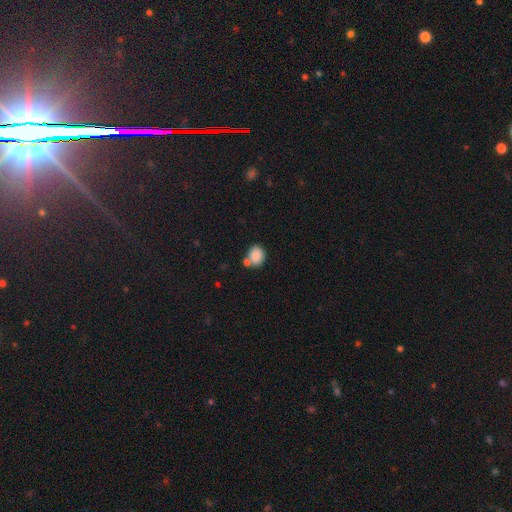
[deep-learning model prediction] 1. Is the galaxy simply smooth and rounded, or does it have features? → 86% smooth, 8% star or artifact, 6% featured or disk.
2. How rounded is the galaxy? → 59% round, 40% in between, 1% cigar-shaped.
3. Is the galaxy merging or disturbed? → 56% none, 27% merger, 13% minor disturbance, 4% major disturbance.